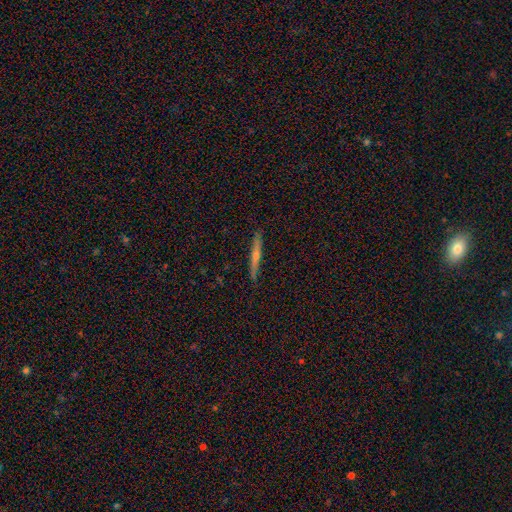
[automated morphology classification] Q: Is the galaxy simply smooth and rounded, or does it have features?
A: featured or disk — 58%.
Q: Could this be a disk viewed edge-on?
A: yes — 97%.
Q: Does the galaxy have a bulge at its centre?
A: rounded — 68%.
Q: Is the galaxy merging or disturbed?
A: none — 89%.